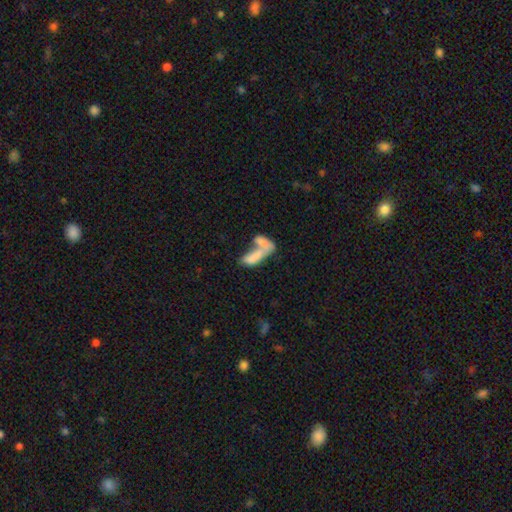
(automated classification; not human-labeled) Smooth or featured: smooth — 69% (featured or disk — 22%)
How rounded: in between — 68% (cigar-shaped — 28%)
Merging: merger — 70% (none — 14%)